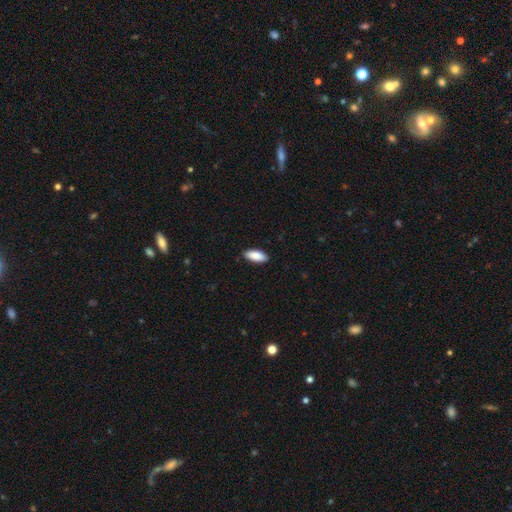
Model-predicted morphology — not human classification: This appears to be a smooth galaxy with no disk features (88%) that is in between round and cigar-shaped (83%). Merging: none (88%).